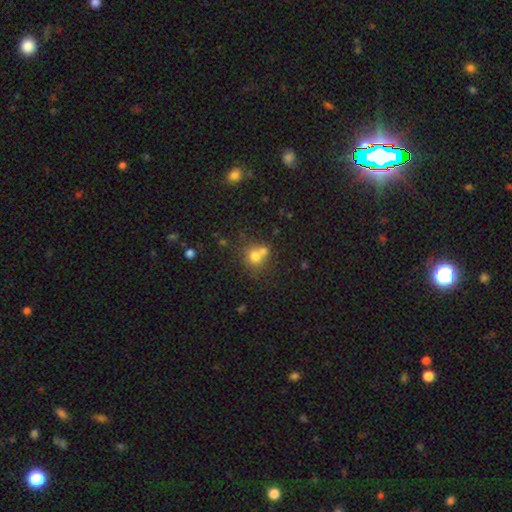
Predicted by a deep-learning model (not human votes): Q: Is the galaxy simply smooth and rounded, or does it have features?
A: smooth — 71%.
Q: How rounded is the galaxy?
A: round — 81%.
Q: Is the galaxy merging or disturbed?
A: merger — 45%.